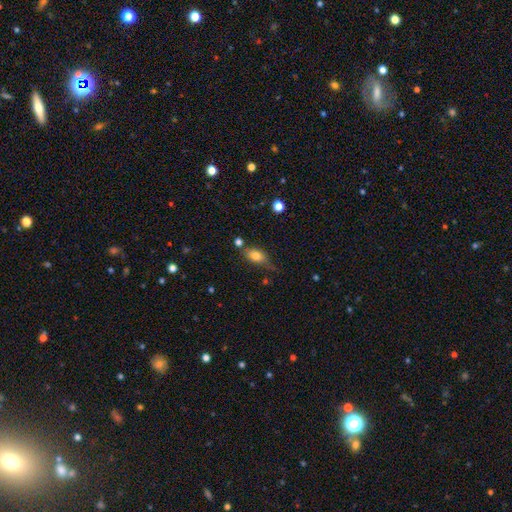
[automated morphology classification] Smooth or featured? smooth (78%)
How rounded? in between (85%)
Merging? none (56%)